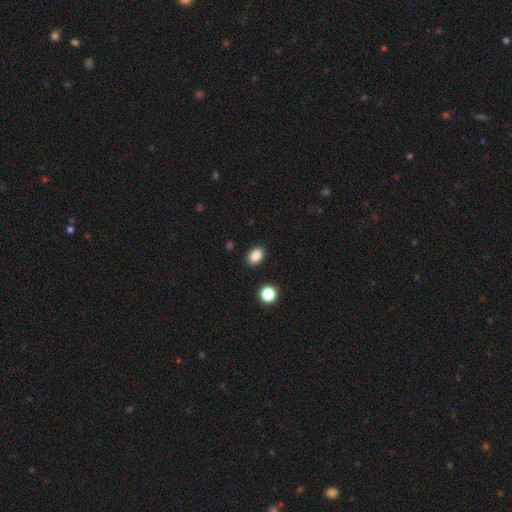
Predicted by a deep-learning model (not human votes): Smooth or featured: smooth — 87% (star or artifact — 10%)
How rounded: in between — 79% (round — 20%)
Merging: none — 88% (minor disturbance — 8%)